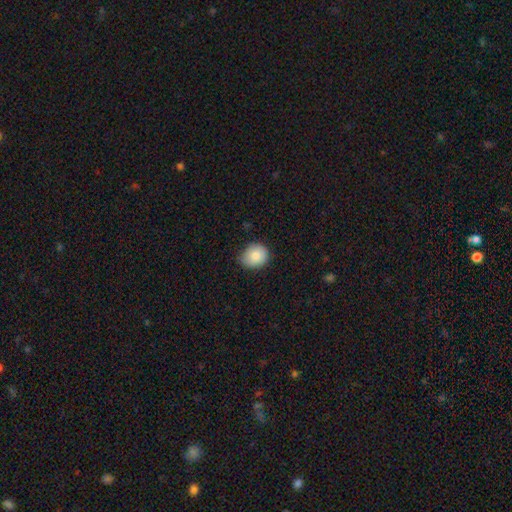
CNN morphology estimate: smooth_or_featured: smooth (p=0.84) [alt: star or artifact p=0.08]
how_rounded: round (p=0.68) [alt: in between p=0.32]
merging: none (p=0.64) [alt: minor disturbance p=0.30]